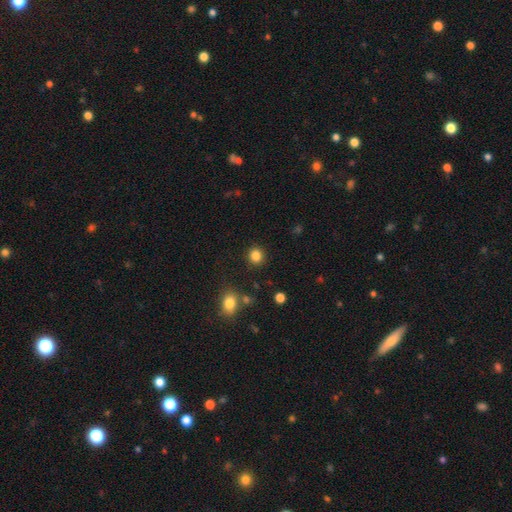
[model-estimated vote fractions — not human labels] Smooth or featured: smooth — 85% (star or artifact — 11%)
How rounded: round — 87% (in between — 12%)
Merging: none — 89% (minor disturbance — 6%)